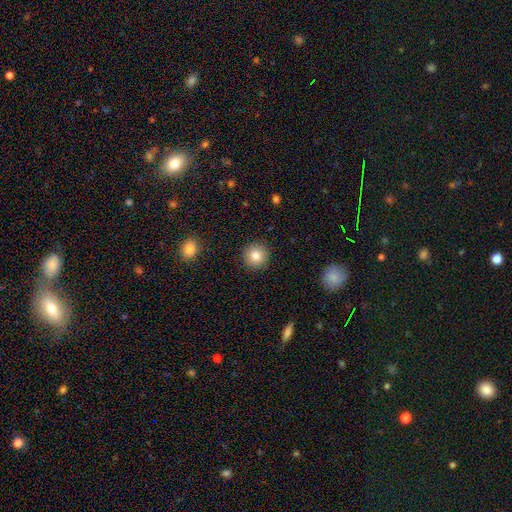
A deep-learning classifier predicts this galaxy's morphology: A smooth galaxy with no disk features (82%) that is round (94%).

Vote fractions:
- Smooth or featured? smooth: 82% / star or artifact: 10% / featured or disk: 8%
- How rounded? round: 94% / in between: 5% / cigar-shaped: 1%
- Merging? none: 91% / minor disturbance: 6% / major disturbance: 2% / merger: 1%